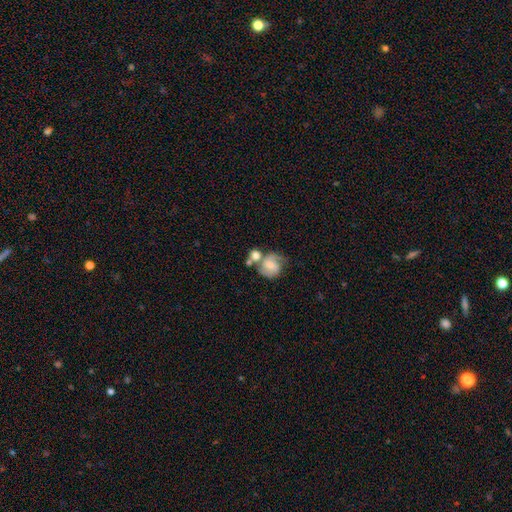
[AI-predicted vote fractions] Q: Smooth or featured?
A: featured or disk (50%); runner-up: smooth (42%)
Q: Edge-on disk?
A: no (96%); runner-up: yes (4%)
Q: Merging?
A: none (42%); runner-up: merger (37%)